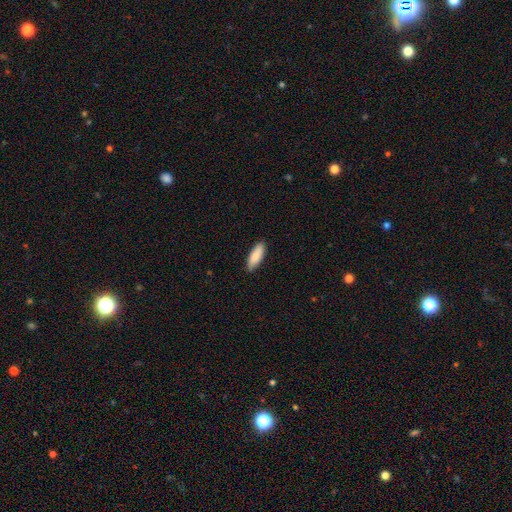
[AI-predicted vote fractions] smooth 87%, featured or disk 7%, star or artifact 5%. Down the decision tree: how rounded — in between (61%); merging — none (87%).